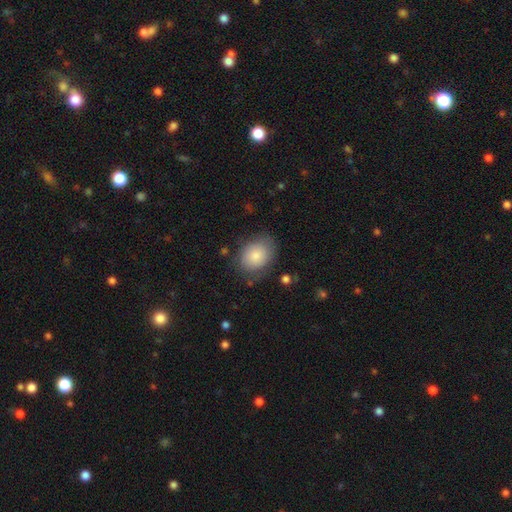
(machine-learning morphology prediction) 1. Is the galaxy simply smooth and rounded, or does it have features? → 83% smooth, 10% featured or disk, 7% star or artifact.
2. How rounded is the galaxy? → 61% in between, 38% round, 1% cigar-shaped.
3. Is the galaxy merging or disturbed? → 72% none, 20% minor disturbance, 6% major disturbance, 2% merger.